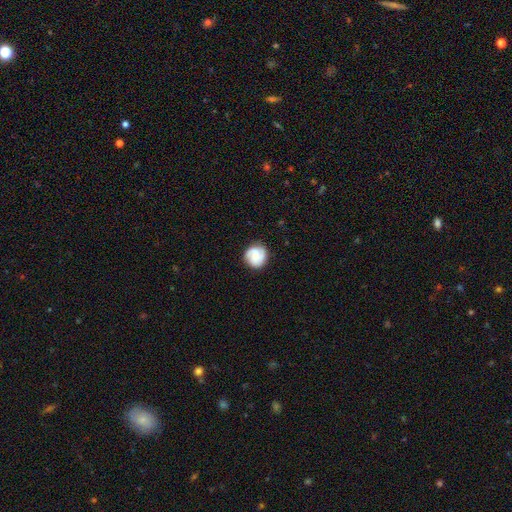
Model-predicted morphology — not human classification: Smooth or featured? Predicted: featured or disk (p=0.58). Edge-on disk? Predicted: no (p=0.98). Bar? Predicted: no (p=0.59). Spiral arms? Predicted: yes (p=0.93). Spiral winding? Predicted: tight (p=0.47). Spiral arm count? Predicted: 2 (p=0.59). Bulge size? Predicted: small (p=0.48). Merging? Predicted: none (p=0.82).